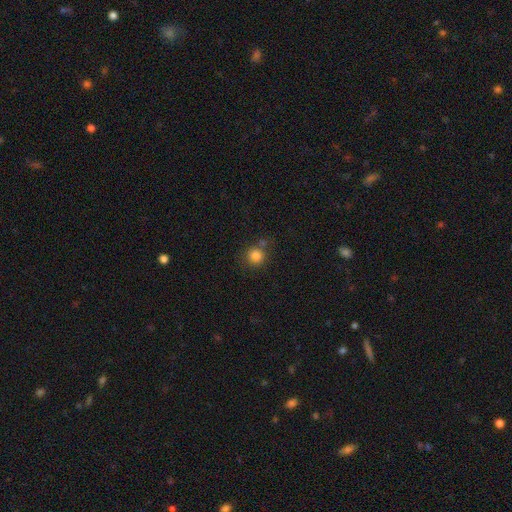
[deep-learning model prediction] Overall: smooth (83%). How rounded: round (92%). Merging: none (71%).